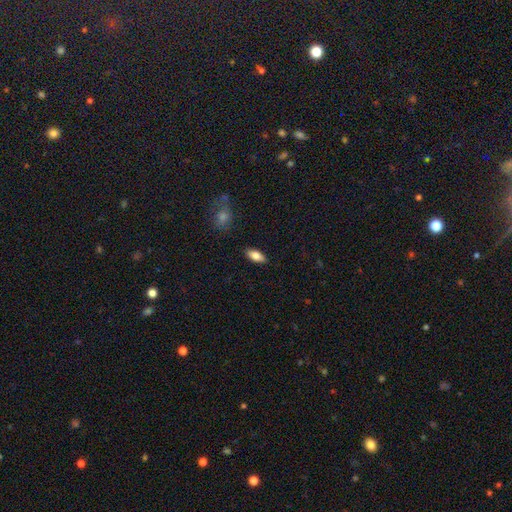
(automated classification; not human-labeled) This is likely a smooth galaxy (78%). How rounded: clearly in between (85%). Merging: clearly none (88%).